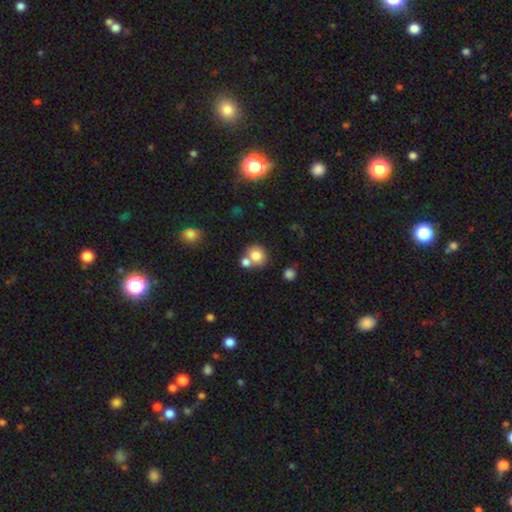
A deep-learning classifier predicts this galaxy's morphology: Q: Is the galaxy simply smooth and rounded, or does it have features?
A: smooth — 79%.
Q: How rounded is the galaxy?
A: round — 82%.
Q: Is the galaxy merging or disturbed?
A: none — 52%.